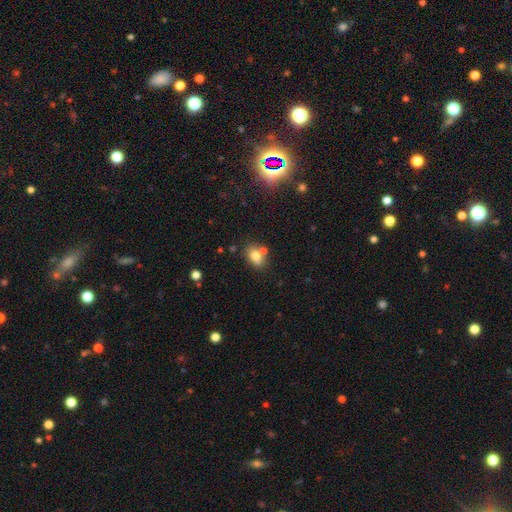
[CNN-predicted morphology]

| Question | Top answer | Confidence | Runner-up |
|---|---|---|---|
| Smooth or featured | smooth | 74% | featured or disk (14%) |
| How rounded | in between | 71% | round (27%) |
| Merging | none | 59% | merger (24%) |